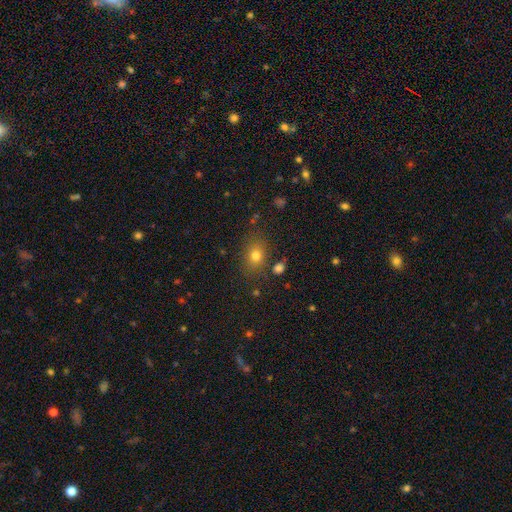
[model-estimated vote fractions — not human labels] Smooth or featured? Predicted: smooth (p=0.76). How rounded? Predicted: in between (p=0.53). Merging? Predicted: none (p=0.77).